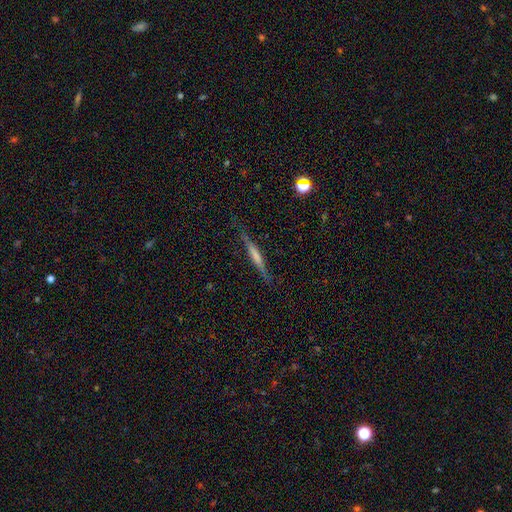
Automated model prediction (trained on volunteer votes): featured or disk 48%, smooth 46%, star or artifact 7%. Down the decision tree: merging — none (77%).